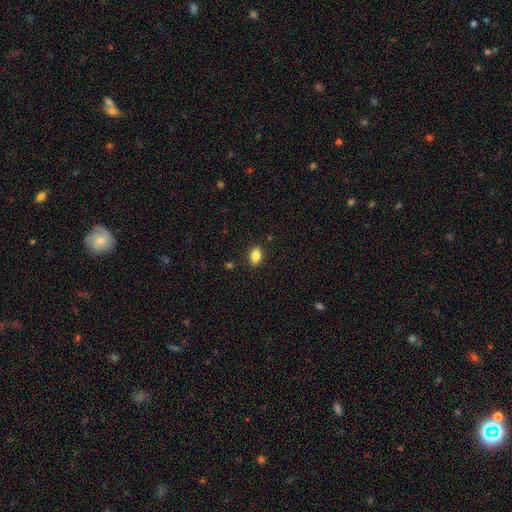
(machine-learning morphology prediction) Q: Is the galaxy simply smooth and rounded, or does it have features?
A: smooth — 85%.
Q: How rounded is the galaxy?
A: in between — 84%.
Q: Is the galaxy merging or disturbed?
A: none — 88%.